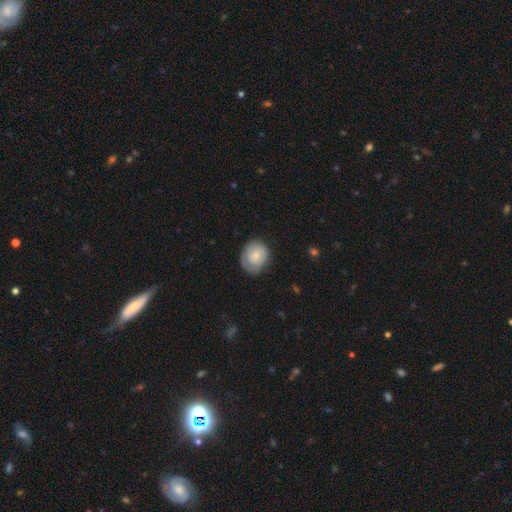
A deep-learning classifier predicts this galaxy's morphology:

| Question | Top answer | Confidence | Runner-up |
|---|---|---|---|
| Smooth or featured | smooth | 69% | featured or disk (25%) |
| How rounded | round | 68% | in between (31%) |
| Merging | none | 65% | minor disturbance (26%) |